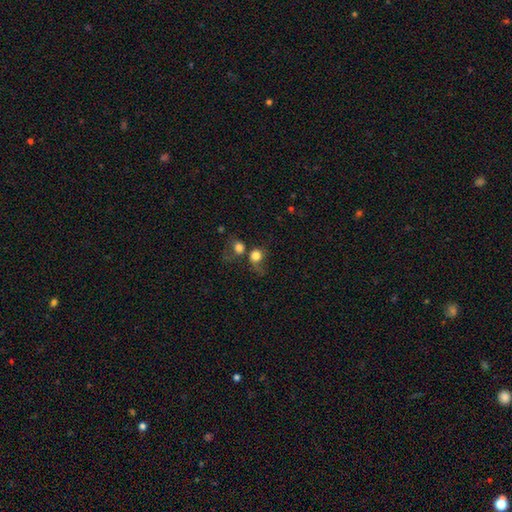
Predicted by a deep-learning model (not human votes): Overall: smooth (77%). How rounded: round (74%). Merging: merger (39%; none 29%).